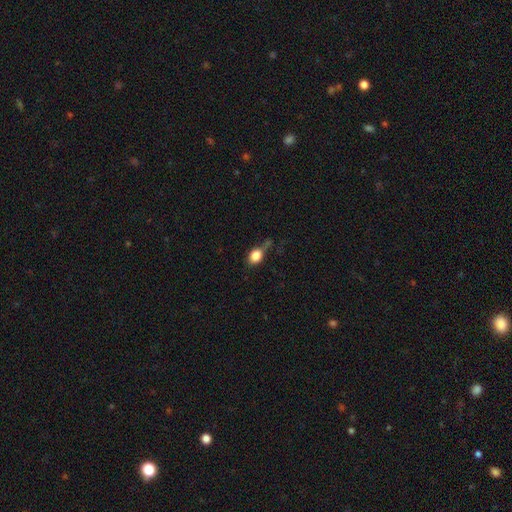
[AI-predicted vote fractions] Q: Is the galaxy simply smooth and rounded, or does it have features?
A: smooth — 80%.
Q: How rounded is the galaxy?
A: in between — 56%.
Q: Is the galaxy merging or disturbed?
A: none — 41%.